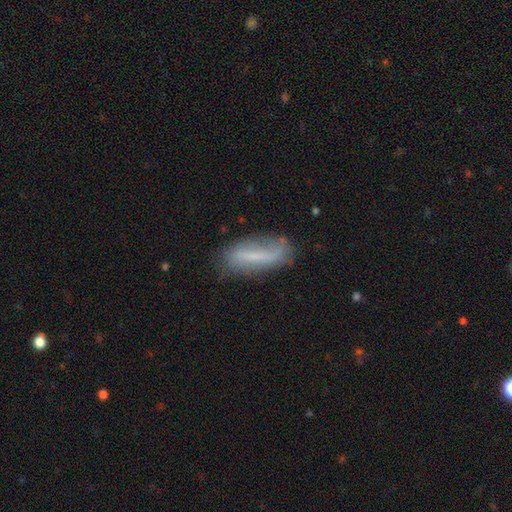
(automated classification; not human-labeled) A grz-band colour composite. It shows a smooth galaxy with no disk features (54%) that is cigar-shaped (52%). Merging: none (67%).